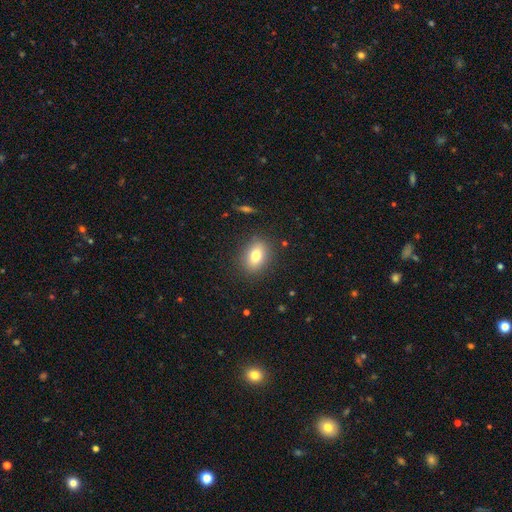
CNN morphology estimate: This is likely a smooth galaxy (76%). How rounded: likely in between (70%). Merging: clearly none (86%).